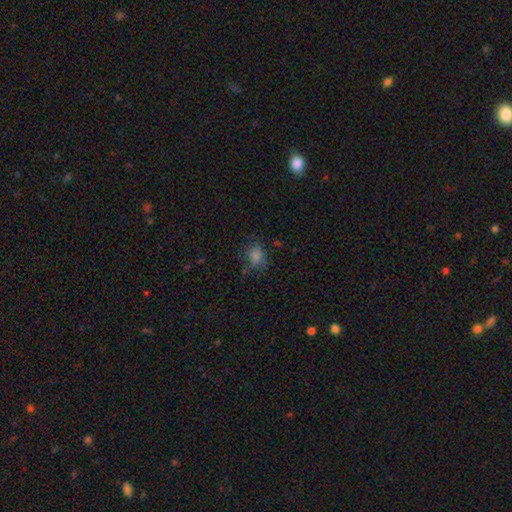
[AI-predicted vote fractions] smooth 64%, star or artifact 19%, featured or disk 17%. Down the decision tree: how rounded — round (53%); merging — none (61%).